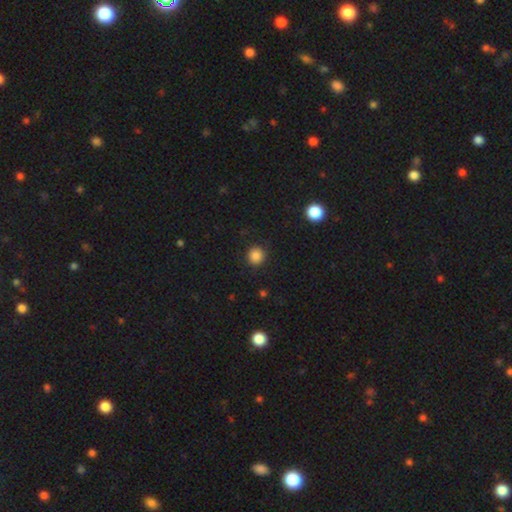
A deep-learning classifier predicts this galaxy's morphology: Q: Smooth or featured?
A: smooth (84%); runner-up: star or artifact (12%)
Q: How rounded?
A: round (92%); runner-up: in between (7%)
Q: Merging?
A: none (90%); runner-up: minor disturbance (6%)